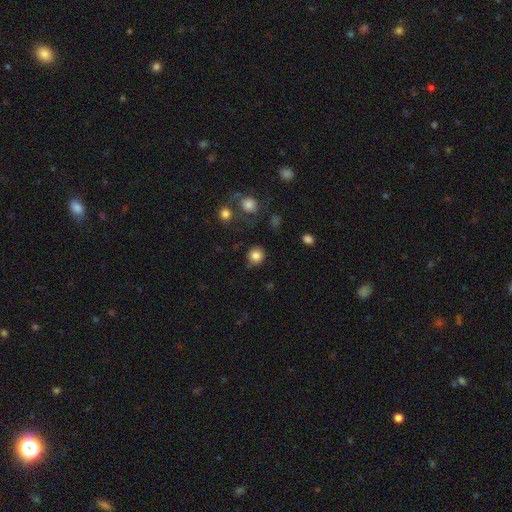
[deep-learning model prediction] A smooth galaxy with no disk features (83%) that is round (89%). Merging: none (82%).